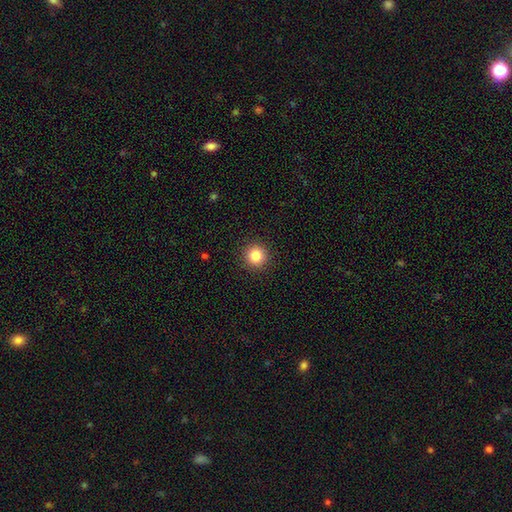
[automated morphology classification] Smooth or featured?
  - smooth: 84% *
  - star or artifact: 11%
  - featured or disk: 5%
How rounded?
  - round: 95% *
  - in between: 4%
  - cigar-shaped: 1%
Merging?
  - none: 92% *
  - minor disturbance: 5%
  - major disturbance: 2%
  - merger: 1%